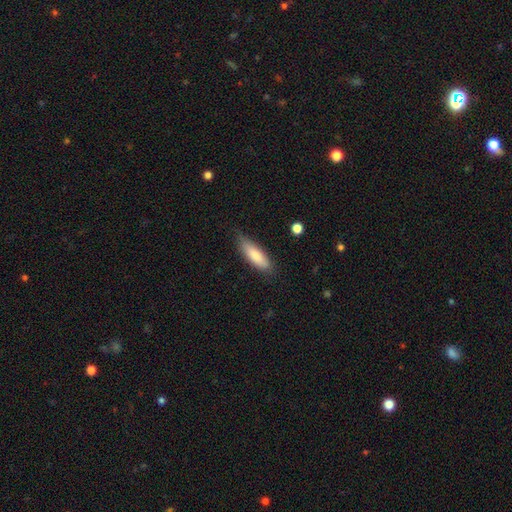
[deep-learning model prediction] Smooth or featured? smooth (80%)
How rounded? in between (54%)
Merging? none (73%)